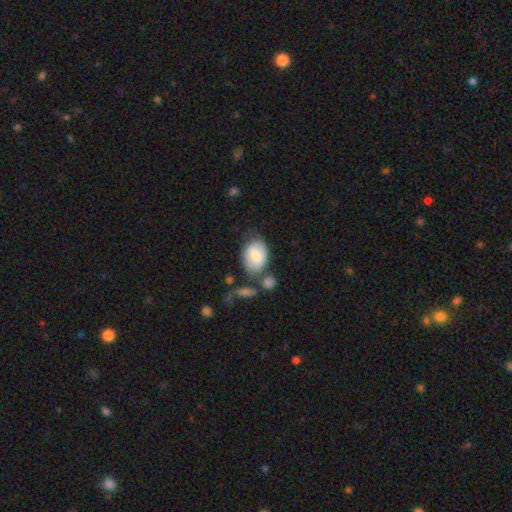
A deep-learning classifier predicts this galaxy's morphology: This appears to be a smooth galaxy with no disk features (73%) that is in between round and cigar-shaped (80%). Merging: none (52%).